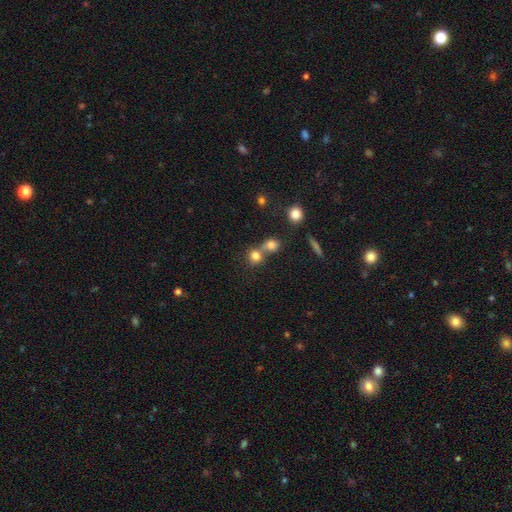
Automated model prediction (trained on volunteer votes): smooth_or_featured: smooth (p=0.79) [alt: star or artifact p=0.12]
how_rounded: round (p=0.80) [alt: in between p=0.18]
merging: merger (p=0.47) [alt: none p=0.43]